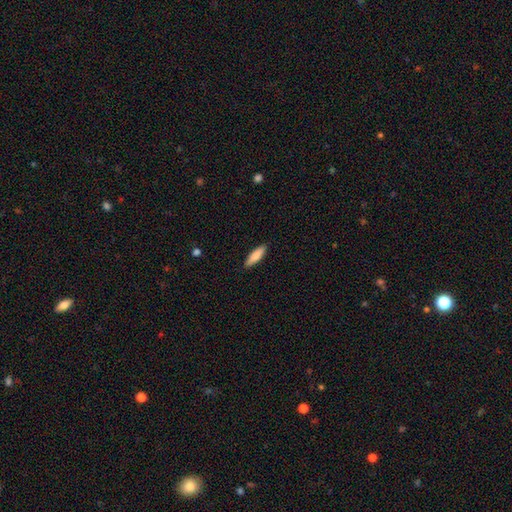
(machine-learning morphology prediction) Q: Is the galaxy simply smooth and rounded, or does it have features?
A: smooth — 83%.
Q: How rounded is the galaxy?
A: cigar-shaped — 63%.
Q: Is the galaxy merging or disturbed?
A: none — 89%.